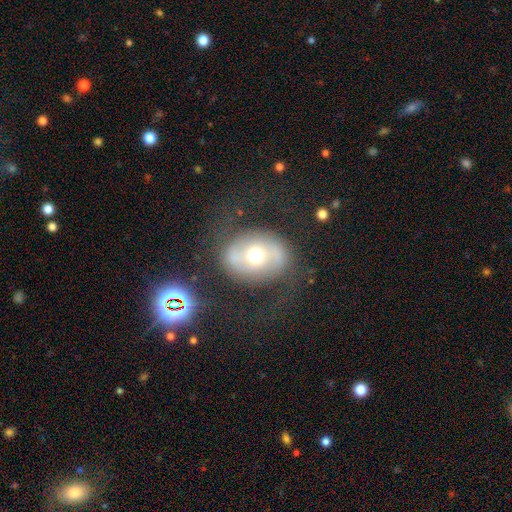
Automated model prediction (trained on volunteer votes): Smooth or featured? featured or disk (47%)
Merging? none (71%)